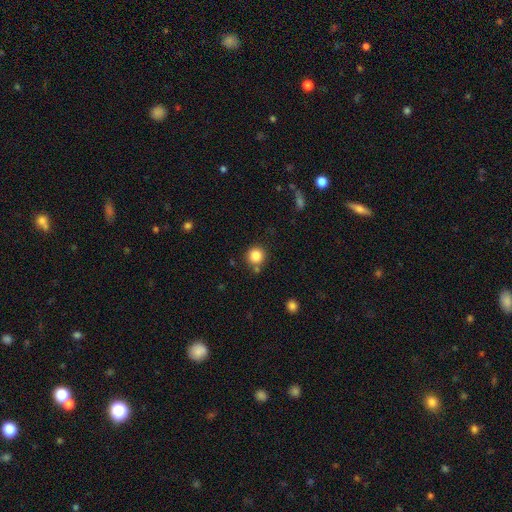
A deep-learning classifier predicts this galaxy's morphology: smooth 85%, star or artifact 10%, featured or disk 5%. Down the decision tree: how rounded — round (94%); merging — none (80%).